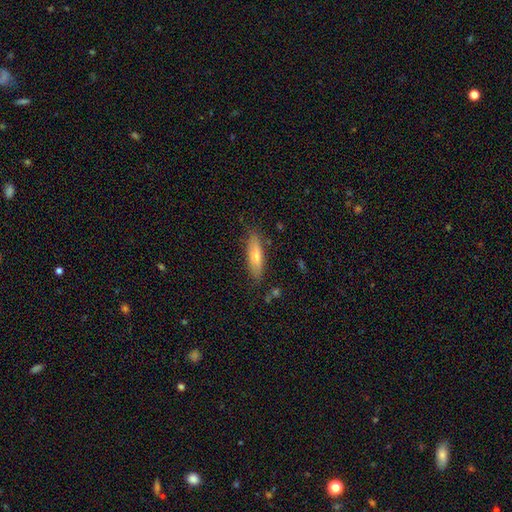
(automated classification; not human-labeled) A smooth galaxy with no disk features (64%) that is cigar-shaped (66%).

Vote fractions:
- Smooth or featured? smooth: 64% / featured or disk: 30% / star or artifact: 7%
- How rounded? cigar-shaped: 66% / in between: 32% / round: 2%
- Merging? none: 83% / minor disturbance: 13% / major disturbance: 2% / merger: 2%